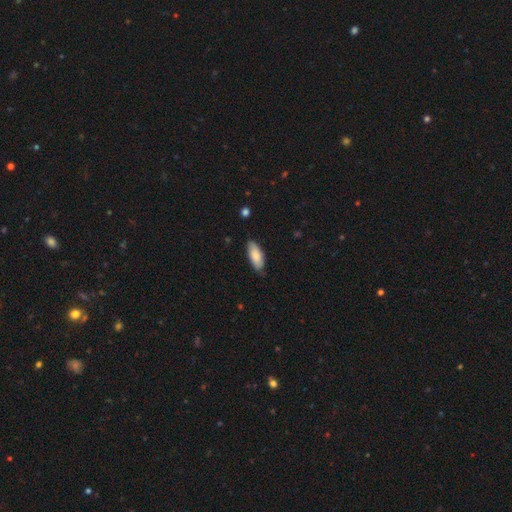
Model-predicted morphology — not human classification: type=smooth (81%); roundness=in between (83%); merging=none (76%).